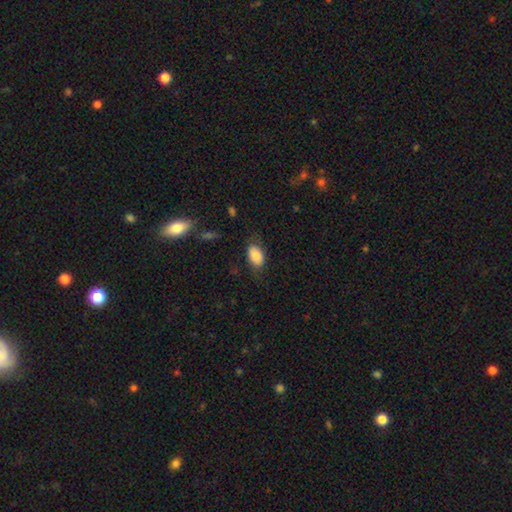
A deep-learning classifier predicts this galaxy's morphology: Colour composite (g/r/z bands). It shows a smooth galaxy with no disk features (81%) that is in between round and cigar-shaped (91%). Merging: none (70%).